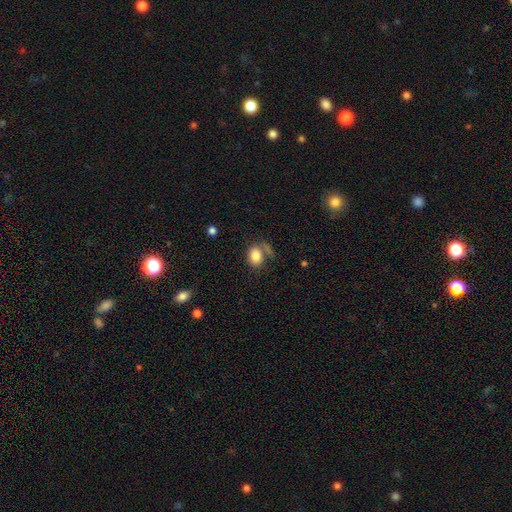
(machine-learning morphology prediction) The model was most divided on "merging": none: 57%, minor disturbance: 17%, merger: 16%, major disturbance: 10%. More confident: smooth or featured — smooth (83%); how rounded — in between (72%).